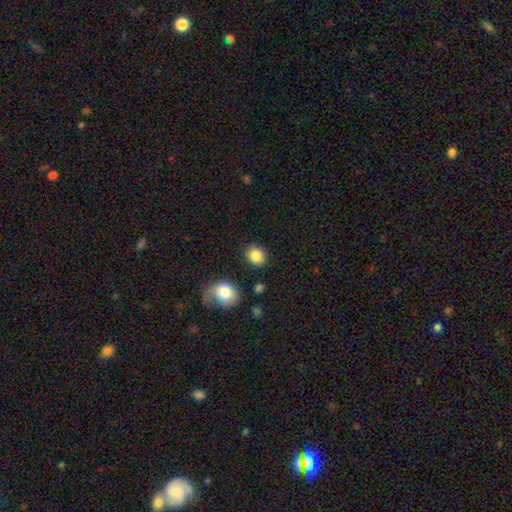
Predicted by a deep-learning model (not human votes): smooth_or_featured: smooth (p=0.87) [alt: star or artifact p=0.09]
how_rounded: round (p=0.68) [alt: in between p=0.31]
merging: none (p=0.84) [alt: minor disturbance p=0.09]